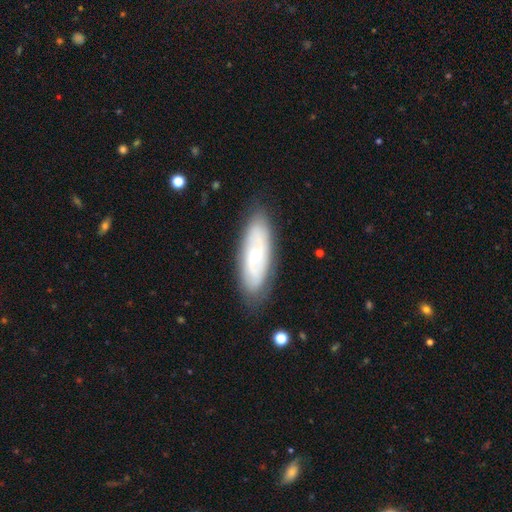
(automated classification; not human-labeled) Smooth or featured?
  - featured or disk: 61% *
  - smooth: 33%
  - star or artifact: 6%
Edge-on disk?
  - no: 83% *
  - yes: 17%
Bar?
  - no: 69% *
  - weak: 25%
  - strong: 7%
Spiral arms?
  - yes: 71% *
  - no: 29%
Bulge size?
  - small: 70% *
  - moderate: 26%
  - none: 2%
  - large: 1%
  - dominant: 1%
Merging?
  - none: 82% *
  - minor disturbance: 13%
  - major disturbance: 3%
  - merger: 1%